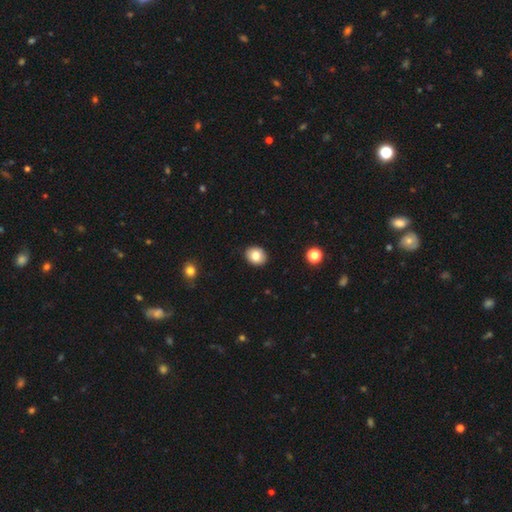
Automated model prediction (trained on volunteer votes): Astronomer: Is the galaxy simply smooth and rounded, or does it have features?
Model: smooth — 81%.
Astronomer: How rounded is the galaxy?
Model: round — 58% (runner-up: in between, 41%).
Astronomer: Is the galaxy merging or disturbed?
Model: none — 90%.